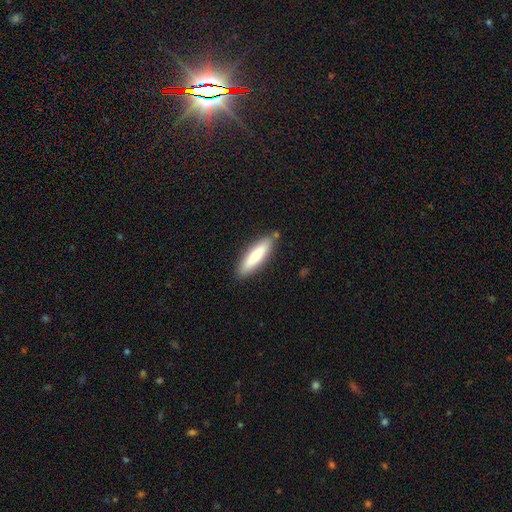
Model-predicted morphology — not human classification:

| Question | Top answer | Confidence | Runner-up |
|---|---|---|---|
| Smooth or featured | smooth | 77% | featured or disk (18%) |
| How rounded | cigar-shaped | 71% | in between (27%) |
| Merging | none | 85% | minor disturbance (10%) |